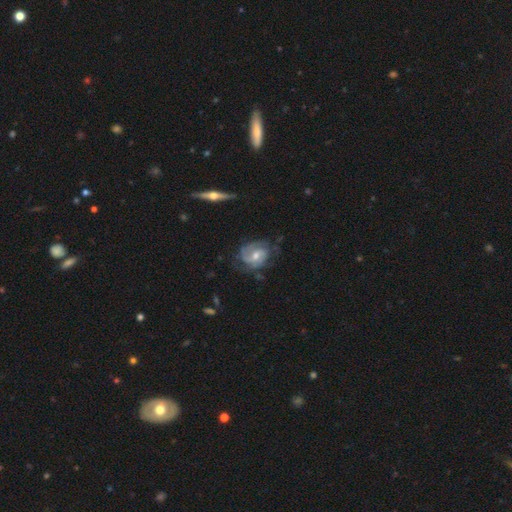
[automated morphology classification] Overall: featured or disk (82%). Edge-on disk: no (97%). Bar: weak (47%; no 40%). Spiral arms: yes (94%). Spiral arm count: 2 (61%). Spiral winding: tight (44%; medium 41%). Bulge size: moderate (58%; small 36%). Merging: none (63%; minor disturbance 23%).